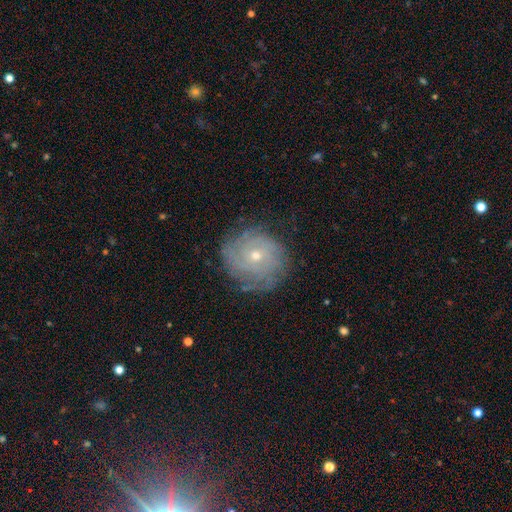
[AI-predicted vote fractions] featured or disk 78%, smooth 13%, star or artifact 9%. Down the decision tree: edge-on disk — no (97%); bar — no (77%); spiral arms — yes (94%); spiral arm count — can't tell (41%); spiral winding — tight (77%); bulge size — small (58%); merging — none (80%).